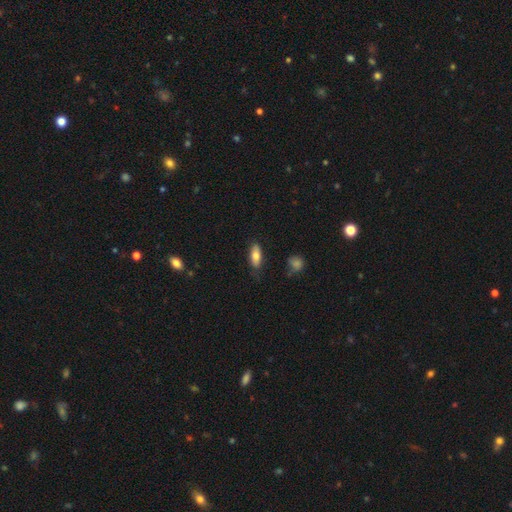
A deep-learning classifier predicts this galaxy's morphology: Smooth or featured: smooth — 76% (featured or disk — 18%)
How rounded: in between — 75% (cigar-shaped — 22%)
Merging: none — 79% (minor disturbance — 16%)